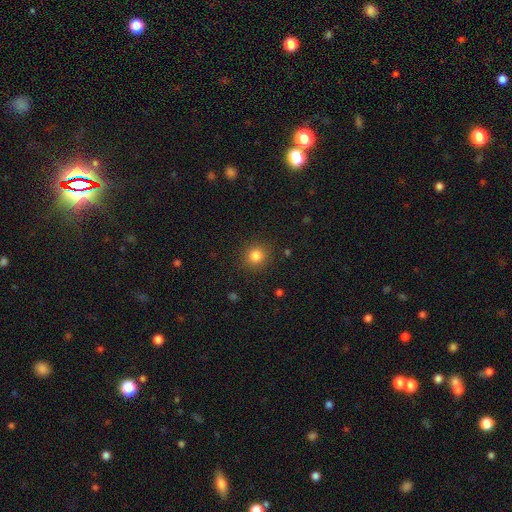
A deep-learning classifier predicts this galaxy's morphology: Q: Smooth or featured?
A: smooth (83%); runner-up: star or artifact (12%)
Q: How rounded?
A: round (91%); runner-up: in between (8%)
Q: Merging?
A: none (90%); runner-up: minor disturbance (7%)